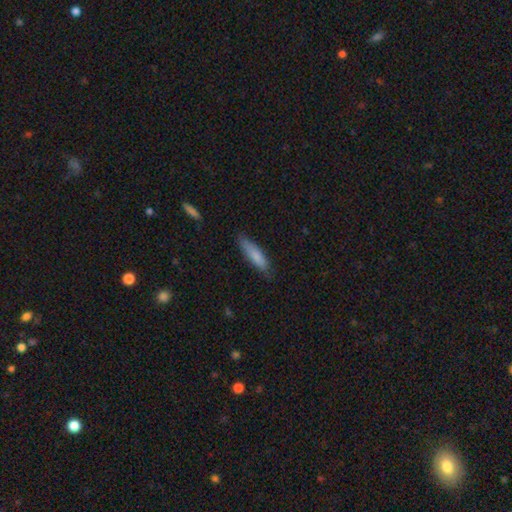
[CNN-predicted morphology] type=smooth (81%); roundness=cigar-shaped (73%); merging=none (76%).